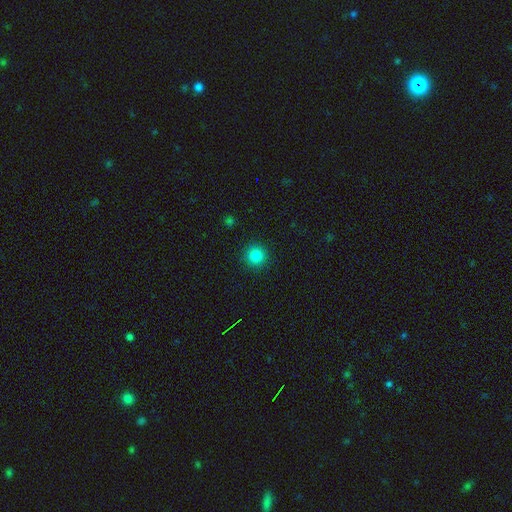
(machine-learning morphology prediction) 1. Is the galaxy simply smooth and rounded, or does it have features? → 83% smooth, 12% star or artifact, 5% featured or disk.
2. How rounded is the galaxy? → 95% round, 4% in between, 1% cigar-shaped.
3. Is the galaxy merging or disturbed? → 92% none, 5% minor disturbance, 2% major disturbance, 1% merger.